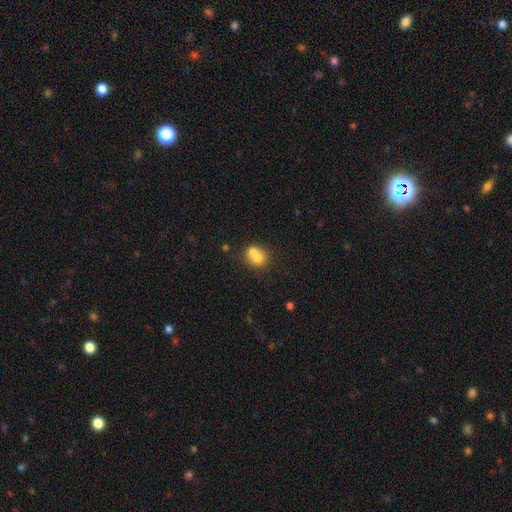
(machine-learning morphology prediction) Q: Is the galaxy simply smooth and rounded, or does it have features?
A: smooth — 70%.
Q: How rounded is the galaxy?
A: round — 61%.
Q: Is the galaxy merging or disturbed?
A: merger — 61%.